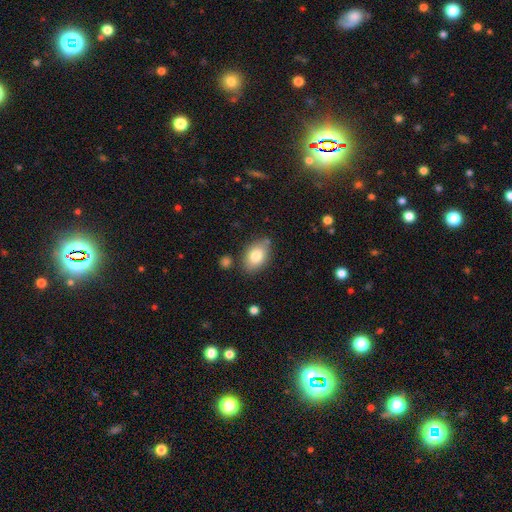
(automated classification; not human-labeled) Overall: smooth (81%). How rounded: in between (87%). Merging: none (78%).